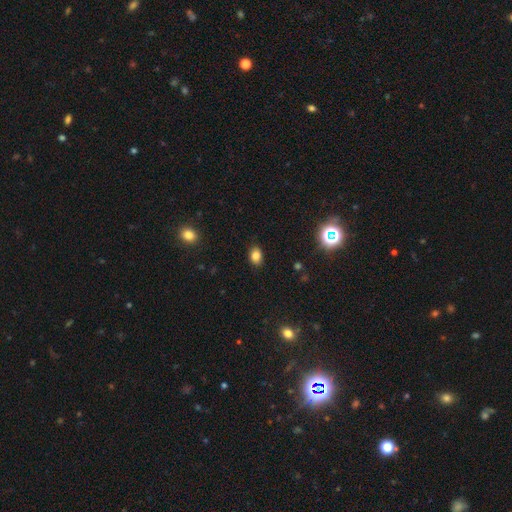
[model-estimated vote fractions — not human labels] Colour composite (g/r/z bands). It shows a smooth galaxy with no disk features (81%) that is in between round and cigar-shaped (74%). Merging: none (87%).